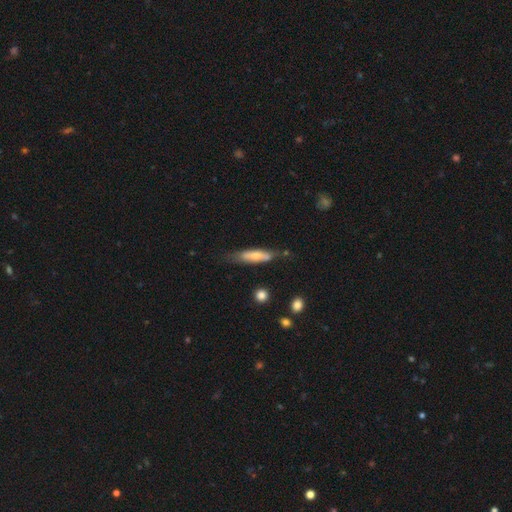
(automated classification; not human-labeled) smooth-or-featured: smooth: 57% | featured or disk: 38% | star or artifact: 6%
  how-rounded: cigar-shaped: 68% | in between: 30% | round: 2%
  merging: none: 63% | minor disturbance: 25% | major disturbance: 8% | merger: 4%